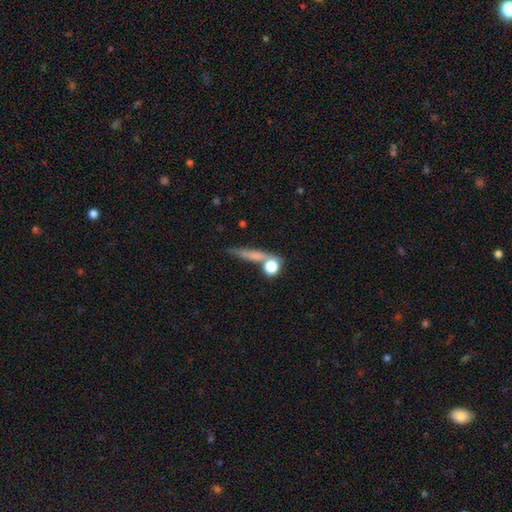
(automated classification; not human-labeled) Smooth or featured?
  - smooth: 60% *
  - featured or disk: 26%
  - star or artifact: 14%
How rounded?
  - cigar-shaped: 64% *
  - round: 22%
  - in between: 14%
Merging?
  - none: 65% *
  - merger: 14%
  - minor disturbance: 14%
  - major disturbance: 8%